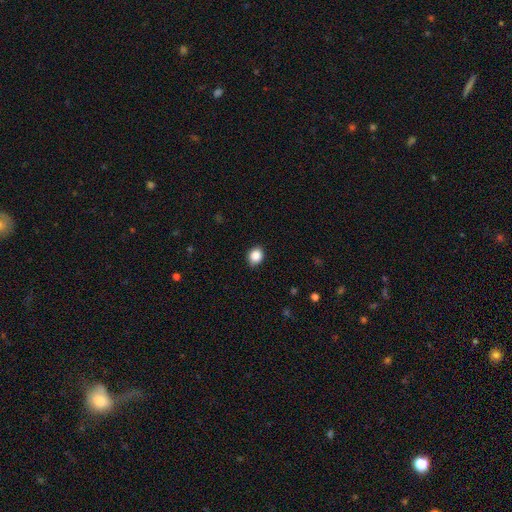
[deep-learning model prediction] This appears to be a smooth galaxy with no disk features (87%) that is round (61%). Merging: none (84%).